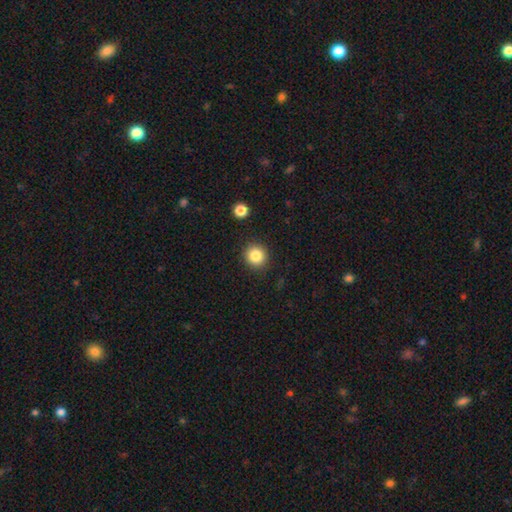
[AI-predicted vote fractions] This appears to be a smooth galaxy with no disk features (84%) that is round (92%). Merging: none (90%).